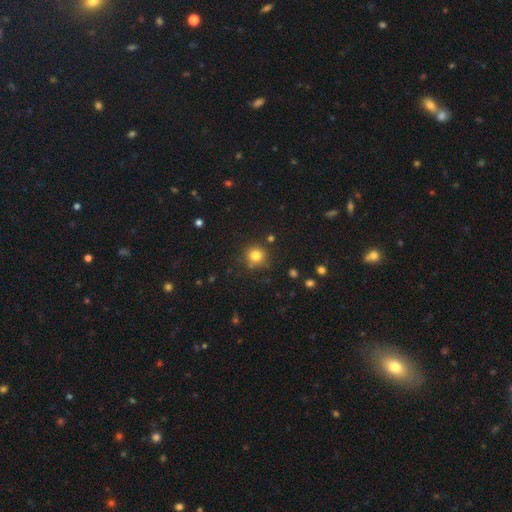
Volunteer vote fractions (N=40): A smooth galaxy with no disk features (88%) that is round (86%).

Vote fractions:
- Smooth or featured? smooth: 88% / star or artifact: 12% / featured or disk: 0%
- How rounded? round: 86% / in between: 11% / cigar-shaped: 3%
- Merging? none: 89% / merger: 6% / minor disturbance: 3% / major disturbance: 3%